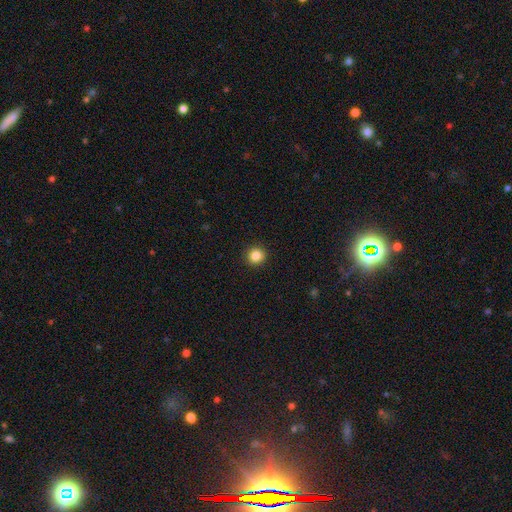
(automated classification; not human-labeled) Smooth or featured: smooth — 85% (star or artifact — 11%)
How rounded: round — 94% (in between — 6%)
Merging: none — 92% (minor disturbance — 5%)